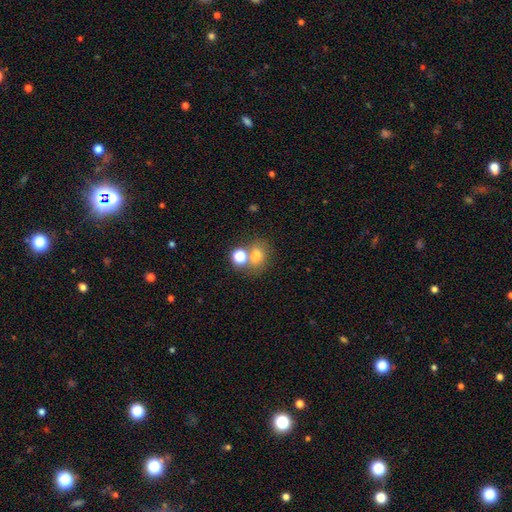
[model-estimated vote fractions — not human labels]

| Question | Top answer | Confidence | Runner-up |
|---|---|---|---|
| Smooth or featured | smooth | 72% | star or artifact (16%) |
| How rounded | round | 56% | in between (42%) |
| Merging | none | 53% | merger (32%) |